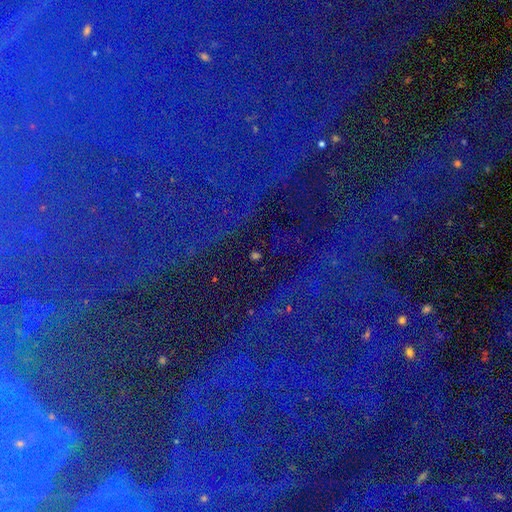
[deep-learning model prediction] smooth_or_featured: star or artifact (p=0.82) [alt: smooth p=0.10]